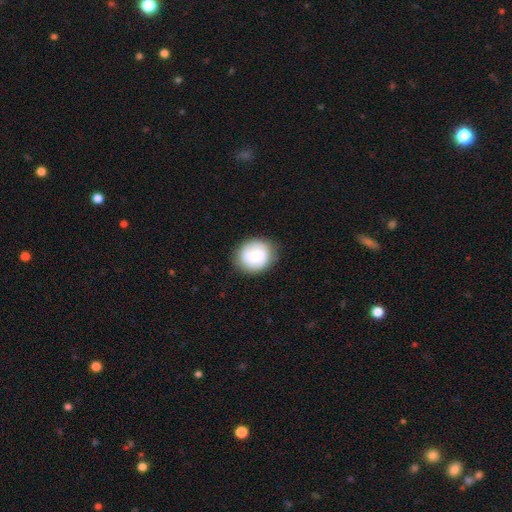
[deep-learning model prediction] smooth 50%, featured or disk 43%, star or artifact 7%. Down the decision tree: merging — none (81%).